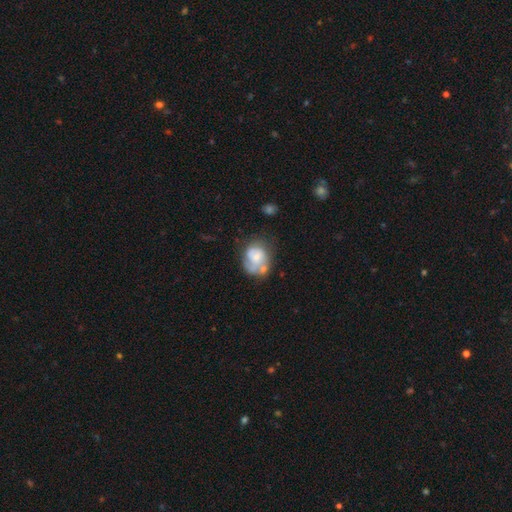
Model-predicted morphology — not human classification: This is possibly a smooth galaxy (46%, tied with featured or disk). Merging: marginally none (36%).